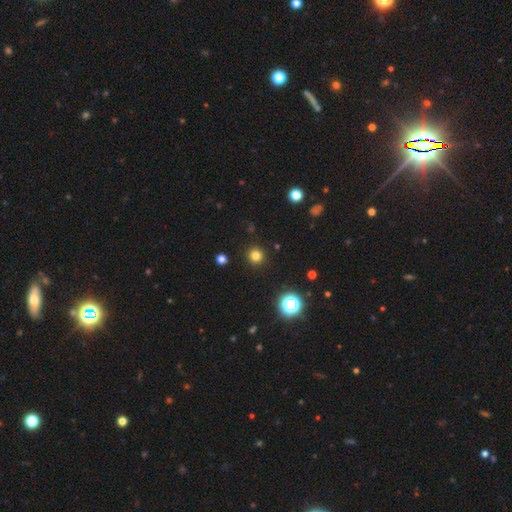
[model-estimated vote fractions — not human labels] A smooth galaxy with no disk features (79%) that is round (94%). Merging: none (92%).